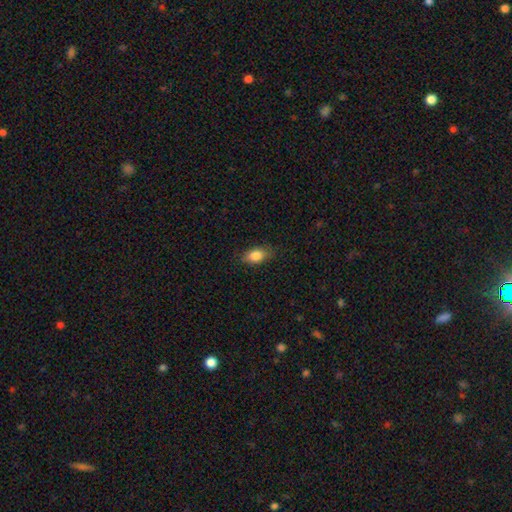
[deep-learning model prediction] Smooth or featured? smooth (84%)
How rounded? in between (86%)
Merging? none (82%)